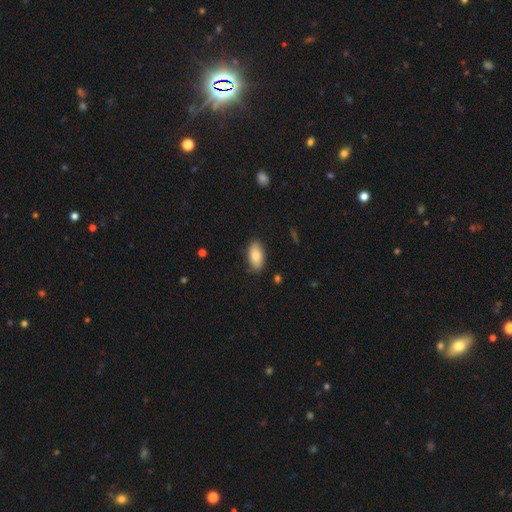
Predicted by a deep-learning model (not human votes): Morphology: type=smooth (79%); roundness=in between (93%); merging=none (84%).